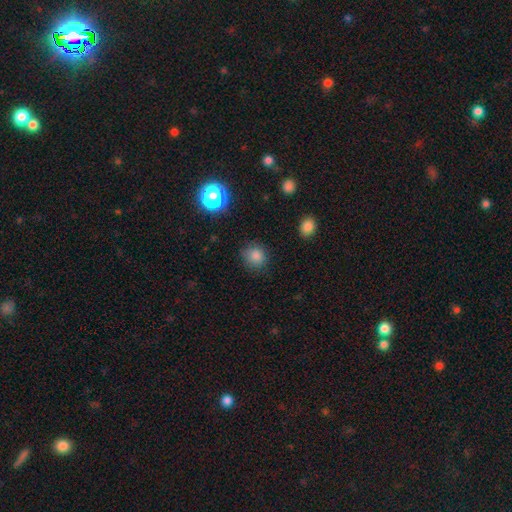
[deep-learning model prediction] smooth_or_featured: smooth (p=0.83) [alt: star or artifact p=0.13]
how_rounded: round (p=0.84) [alt: in between p=0.15]
merging: none (p=0.82) [alt: minor disturbance p=0.13]